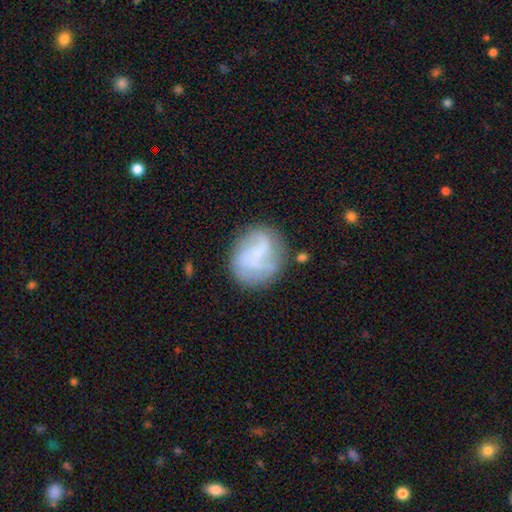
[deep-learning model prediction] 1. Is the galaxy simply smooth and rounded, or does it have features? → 53% featured or disk, 38% smooth, 9% star or artifact.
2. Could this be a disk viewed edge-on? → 98% no, 2% yes.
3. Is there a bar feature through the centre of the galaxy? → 50% no, 36% weak, 13% strong.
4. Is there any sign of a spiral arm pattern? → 72% yes, 28% no.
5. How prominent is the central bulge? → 56% none, 27% small, 12% moderate, 4% large, 2% dominant.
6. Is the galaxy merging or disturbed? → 62% none, 21% minor disturbance, 13% major disturbance, 4% merger.